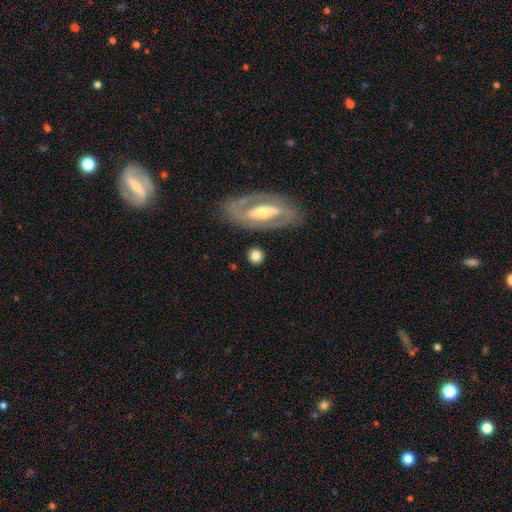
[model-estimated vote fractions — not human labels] A smooth galaxy with no disk features (69%) that is round (74%).

Vote fractions:
- Smooth or featured? smooth: 69% / featured or disk: 24% / star or artifact: 7%
- How rounded? round: 74% / in between: 21% / cigar-shaped: 5%
- Merging? none: 82% / minor disturbance: 9% / merger: 5% / major disturbance: 4%